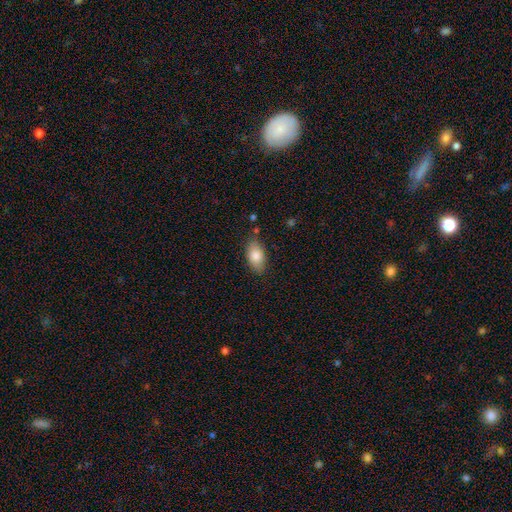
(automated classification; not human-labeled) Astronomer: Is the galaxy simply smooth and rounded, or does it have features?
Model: smooth — 82%.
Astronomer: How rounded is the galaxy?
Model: in between — 91%.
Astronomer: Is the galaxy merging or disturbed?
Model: none — 79%.